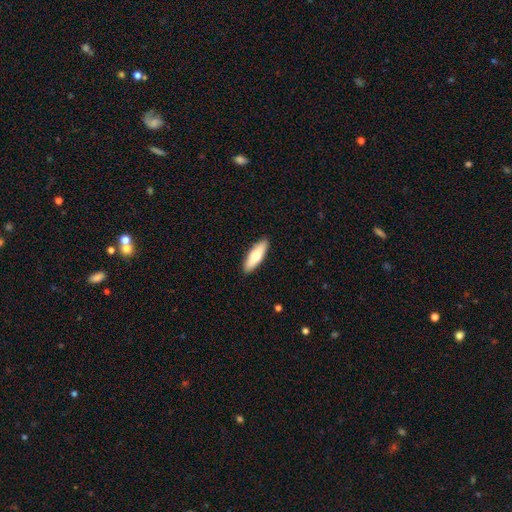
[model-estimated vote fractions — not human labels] A smooth galaxy with no disk features (65%) that is in between round and cigar-shaped (51%).

Vote fractions:
- Smooth or featured? smooth: 65% / featured or disk: 30% / star or artifact: 5%
- How rounded? in between: 51% / cigar-shaped: 47% / round: 2%
- Merging? none: 90% / minor disturbance: 7% / major disturbance: 2% / merger: 1%